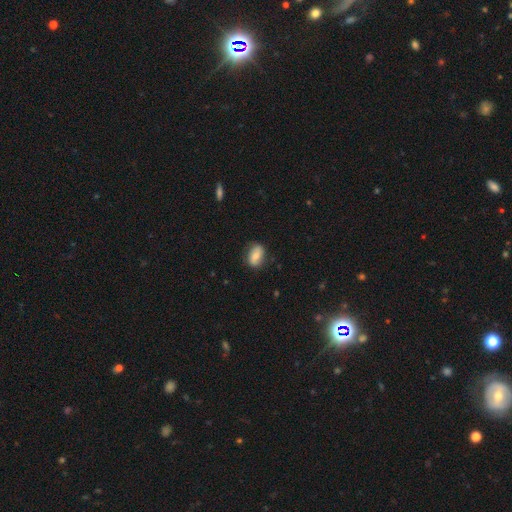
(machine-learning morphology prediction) A smooth galaxy with no disk features (64%) that is in between round and cigar-shaped (81%). Merging: none (80%).